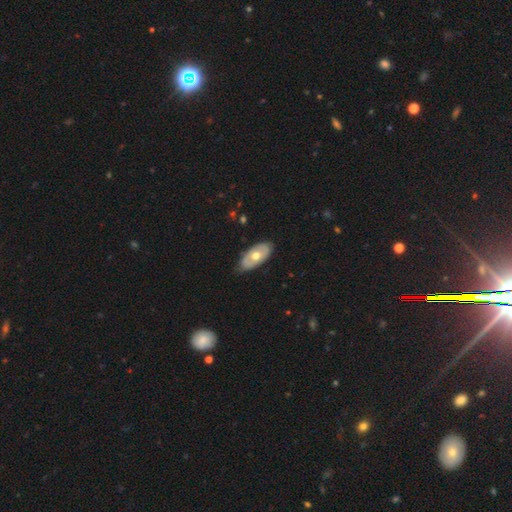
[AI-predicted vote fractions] This is possibly a featured or disk galaxy (48%). Merging: likely none (78%).